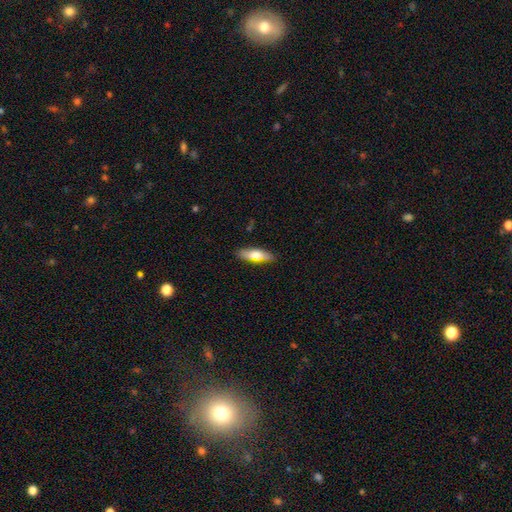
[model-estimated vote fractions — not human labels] This is likely a smooth galaxy (65%). How rounded: possibly cigar-shaped (51%). Merging: clearly none (83%).